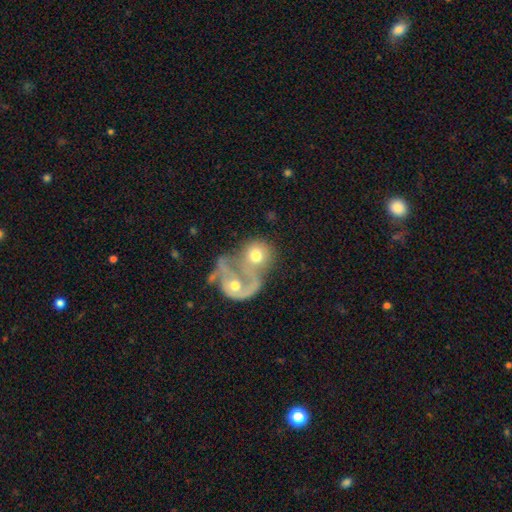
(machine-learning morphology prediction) smooth_or_featured: smooth (p=0.51) [alt: featured or disk p=0.41]
how_rounded: round (p=0.68) [alt: in between p=0.31]
merging: merger (p=0.73) [alt: none p=0.12]